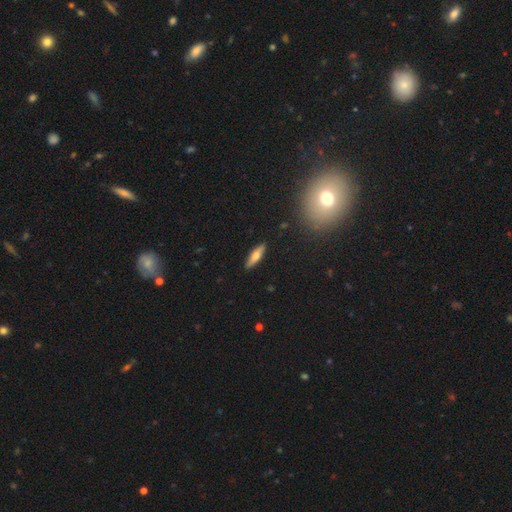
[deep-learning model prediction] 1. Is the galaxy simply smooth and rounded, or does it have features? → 59% smooth, 34% featured or disk, 7% star or artifact.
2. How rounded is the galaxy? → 62% cigar-shaped, 36% in between, 2% round.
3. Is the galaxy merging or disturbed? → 90% none, 7% minor disturbance, 2% major disturbance, 1% merger.